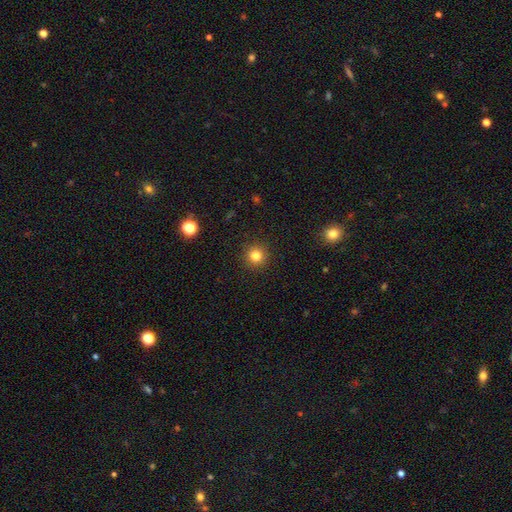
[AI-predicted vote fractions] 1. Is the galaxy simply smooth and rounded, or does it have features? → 81% smooth, 13% star or artifact, 6% featured or disk.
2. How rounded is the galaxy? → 94% round, 5% in between, 1% cigar-shaped.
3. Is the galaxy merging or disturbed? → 92% none, 5% minor disturbance, 2% major disturbance, 1% merger.